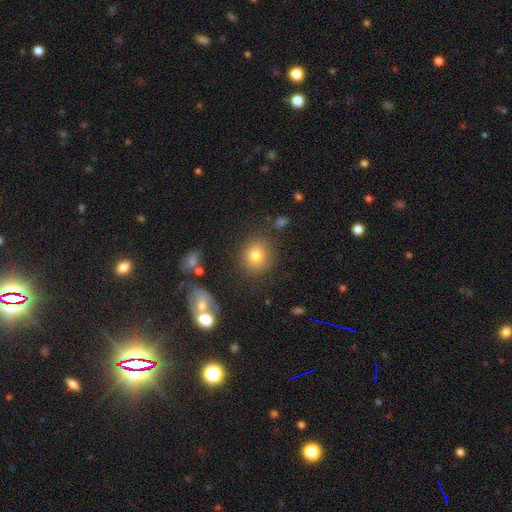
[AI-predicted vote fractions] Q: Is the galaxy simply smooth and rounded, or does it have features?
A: smooth — 77%.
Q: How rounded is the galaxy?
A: round — 82%.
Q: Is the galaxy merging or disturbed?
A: none — 82%.